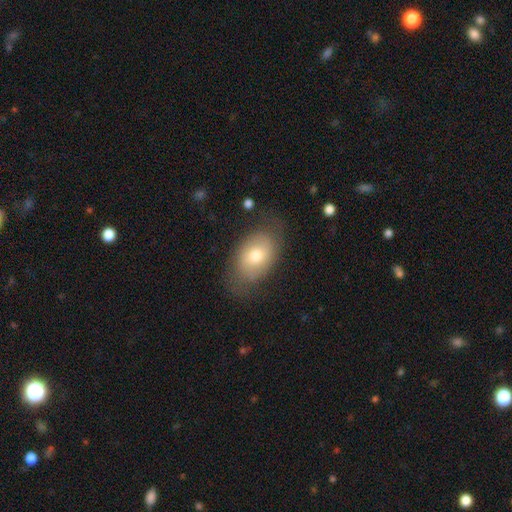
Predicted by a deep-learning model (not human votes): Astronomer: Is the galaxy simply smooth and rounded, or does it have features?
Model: smooth — 65%.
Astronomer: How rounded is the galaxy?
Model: in between — 85%.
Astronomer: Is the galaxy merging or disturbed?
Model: none — 69%.